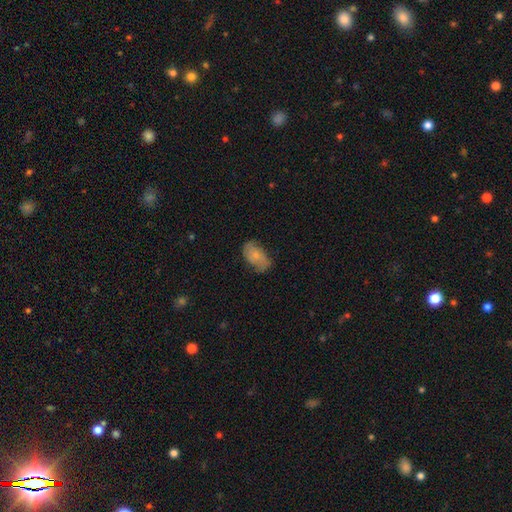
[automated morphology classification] Overall: smooth (68%). How rounded: in between (93%). Merging: none (64%; minor disturbance 27%).